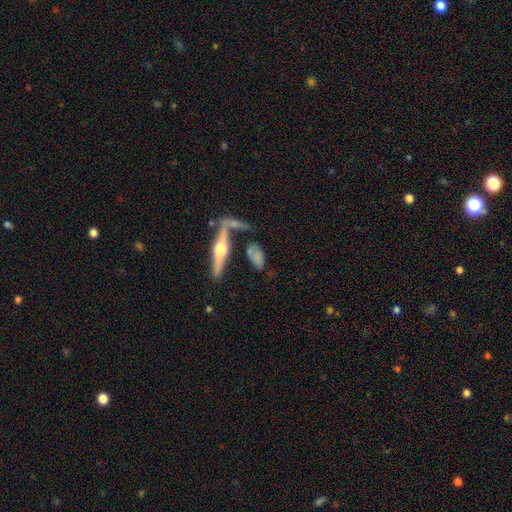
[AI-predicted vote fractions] This is possibly a smooth galaxy (48%). Merging: possibly none (52%).